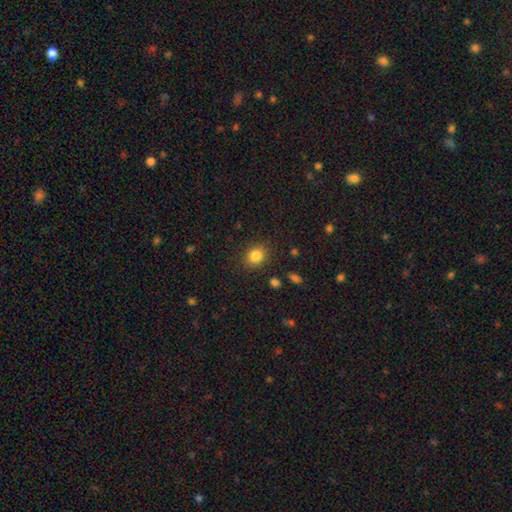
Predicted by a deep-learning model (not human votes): A smooth galaxy with no disk features (84%) that is round (68%). Merging: none (86%).